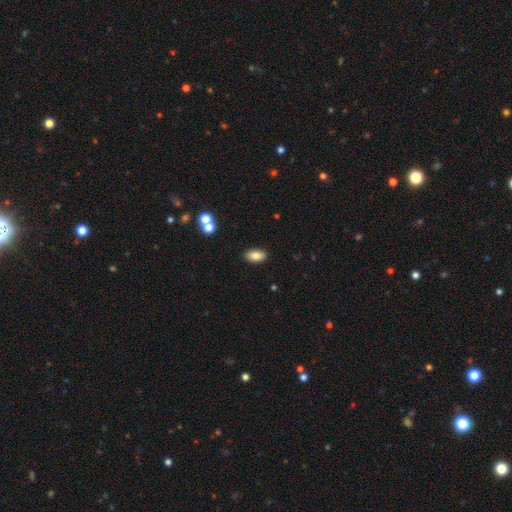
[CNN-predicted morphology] Smooth or featured? Predicted: smooth (p=0.82). How rounded? Predicted: in between (p=0.92). Merging? Predicted: none (p=0.88).